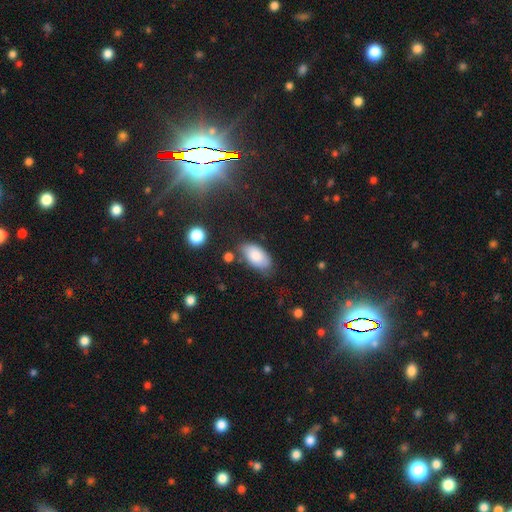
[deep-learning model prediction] The model was most divided on "merging": none: 69%, minor disturbance: 21%, major disturbance: 5%, merger: 5%. More confident: how rounded — in between (94%); smooth or featured — smooth (80%).